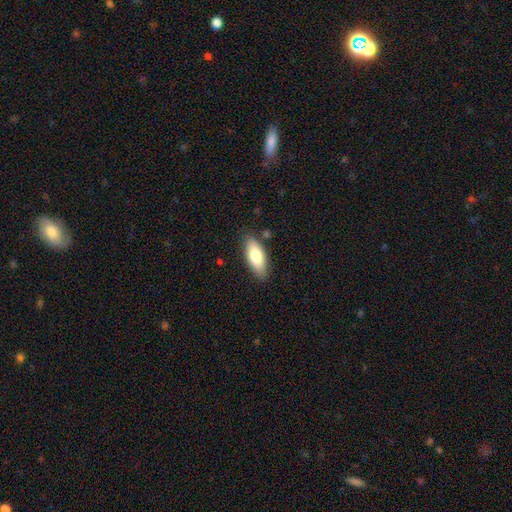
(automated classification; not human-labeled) This is likely a smooth galaxy (80%). How rounded: likely in between (79%). Merging: clearly none (83%).